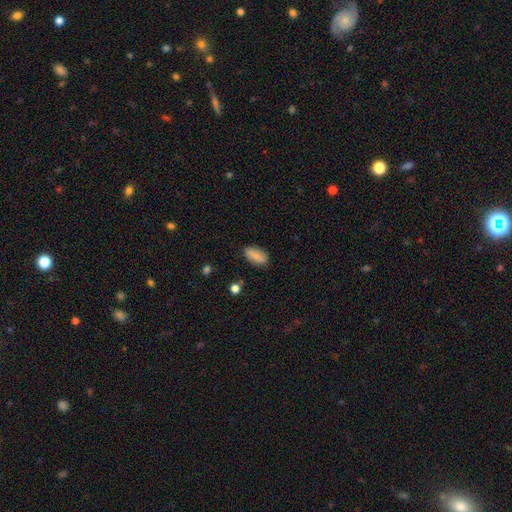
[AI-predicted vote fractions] Q: Smooth or featured?
A: smooth (76%); runner-up: featured or disk (17%)
Q: How rounded?
A: in between (89%); runner-up: cigar-shaped (7%)
Q: Merging?
A: none (83%); runner-up: minor disturbance (13%)